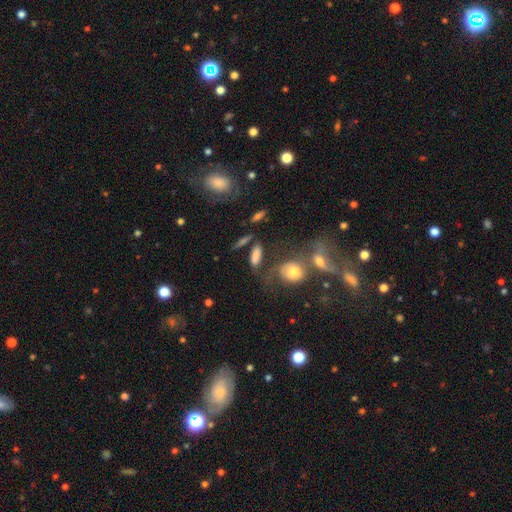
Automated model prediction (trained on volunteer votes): A smooth galaxy with no disk features (72%) that is in between round and cigar-shaped (58%).

Vote fractions:
- Smooth or featured? smooth: 72% / featured or disk: 18% / star or artifact: 11%
- How rounded? in between: 58% / cigar-shaped: 34% / round: 8%
- Merging? none: 53% / minor disturbance: 18% / merger: 16% / major disturbance: 13%